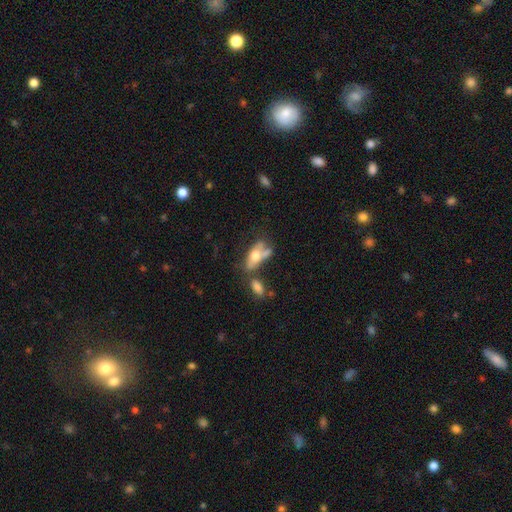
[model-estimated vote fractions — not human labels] smooth-or-featured: smooth: 58% | featured or disk: 34% | star or artifact: 8%
  how-rounded: in between: 82% | cigar-shaped: 14% | round: 5%
  merging: merger: 35% | none: 32% | minor disturbance: 18% | major disturbance: 14%